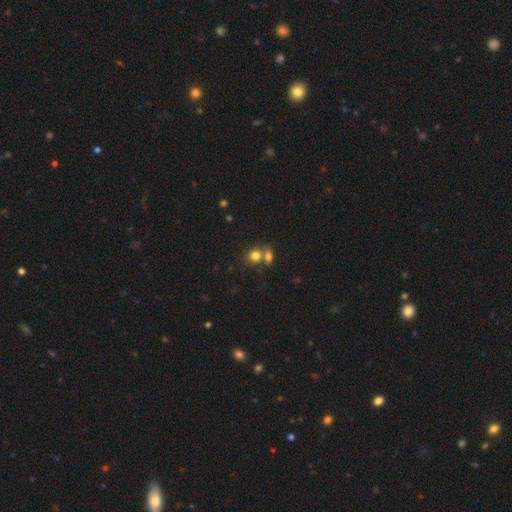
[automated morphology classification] Smooth or featured? smooth (79%)
How rounded? round (68%)
Merging? merger (46%)